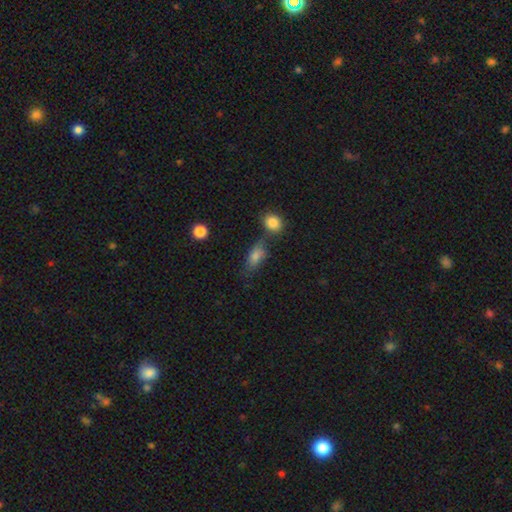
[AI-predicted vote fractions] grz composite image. It shows a smooth galaxy with no disk features (78%) that is in between round and cigar-shaped (80%). Merging: none (56%).